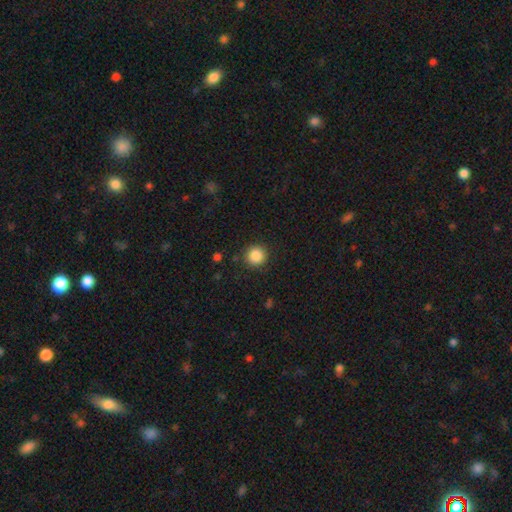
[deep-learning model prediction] smooth 87%, star or artifact 10%, featured or disk 4%. Down the decision tree: how rounded — round (94%); merging — none (90%).